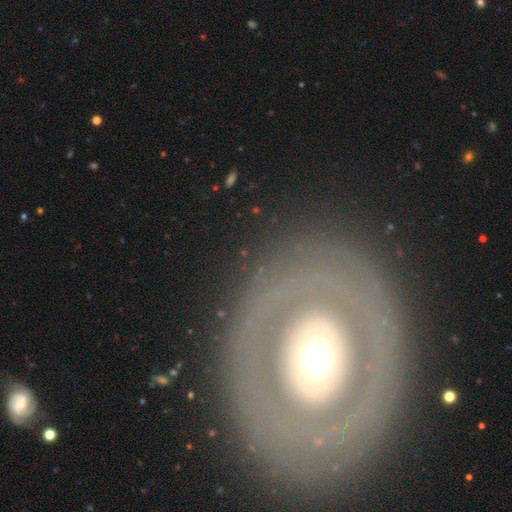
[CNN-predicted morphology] Overall: featured or disk (71%). Edge-on disk: no (95%). Bar: no (87%). Spiral arms: no (73%). Bulge size: moderate (60%; large 28%). Merging: none (83%).